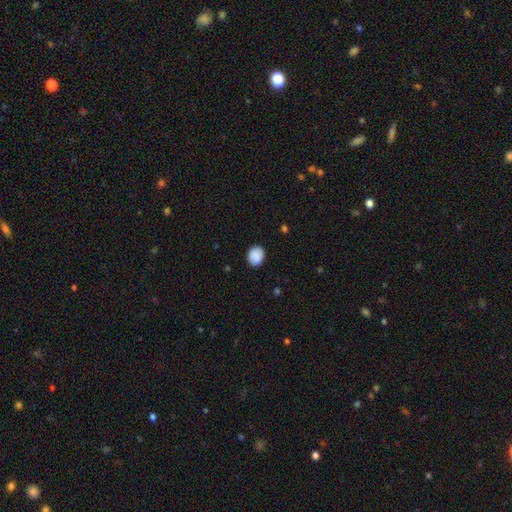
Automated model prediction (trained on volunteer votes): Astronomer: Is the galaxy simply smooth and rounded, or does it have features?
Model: smooth — 88%.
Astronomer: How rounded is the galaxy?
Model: round — 59% (runner-up: in between, 40%).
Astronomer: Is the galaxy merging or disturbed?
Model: none — 86%.